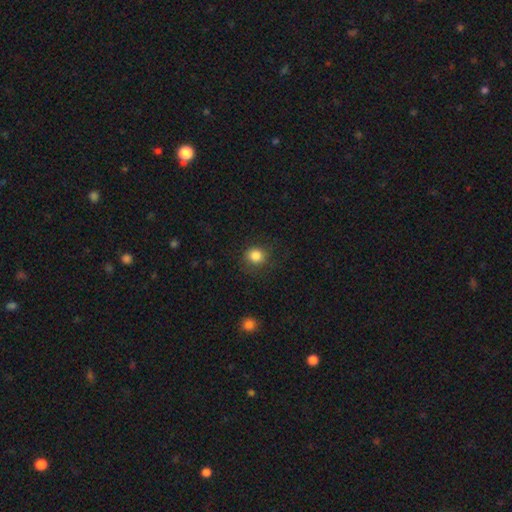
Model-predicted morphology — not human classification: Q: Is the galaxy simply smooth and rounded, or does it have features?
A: smooth — 85%.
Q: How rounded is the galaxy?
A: round — 86%.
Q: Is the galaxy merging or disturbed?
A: none — 80%.